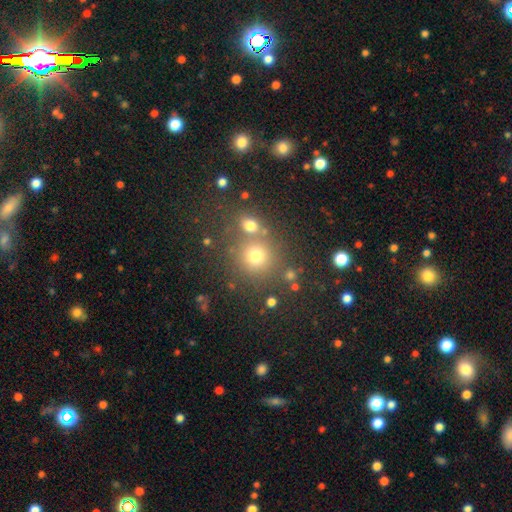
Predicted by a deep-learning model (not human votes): smooth 72%, star or artifact 19%, featured or disk 9%. Down the decision tree: how rounded — round (88%); merging — none (65%).